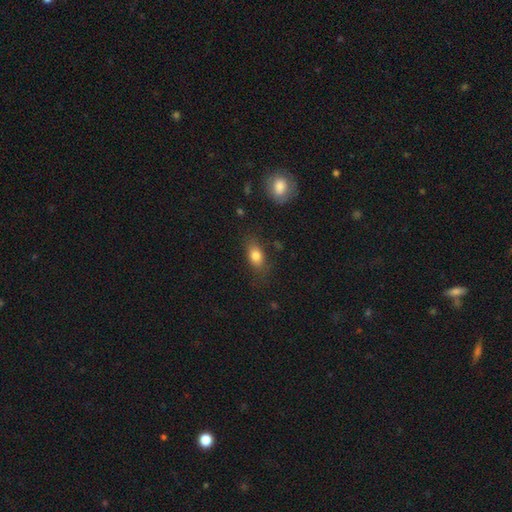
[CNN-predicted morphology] Overall: smooth (80%). How rounded: in between (80%). Merging: none (75%).